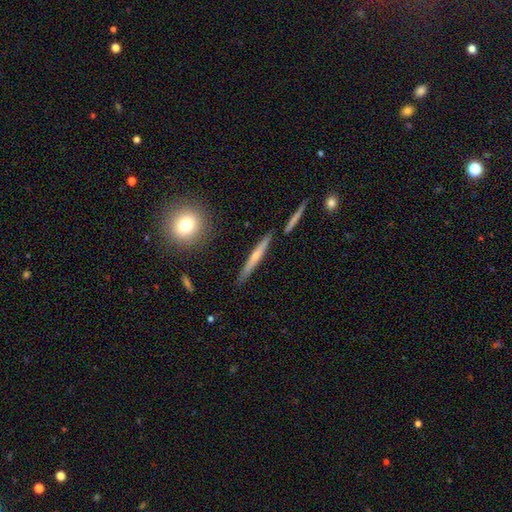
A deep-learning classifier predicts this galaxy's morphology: The model was most divided on "smooth or featured": featured or disk: 59%, smooth: 34%, star or artifact: 7%. More confident: edge-on disk — yes (95%); merging — none (86%); edge-on bulge — rounded (62%).